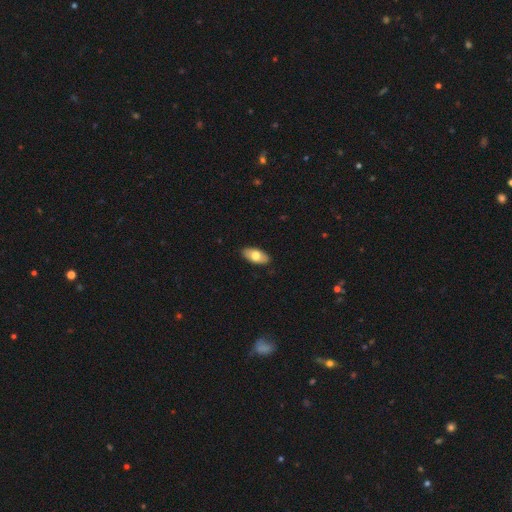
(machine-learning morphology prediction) smooth 72%, featured or disk 23%, star or artifact 6%. Down the decision tree: how rounded — in between (92%); merging — none (89%).